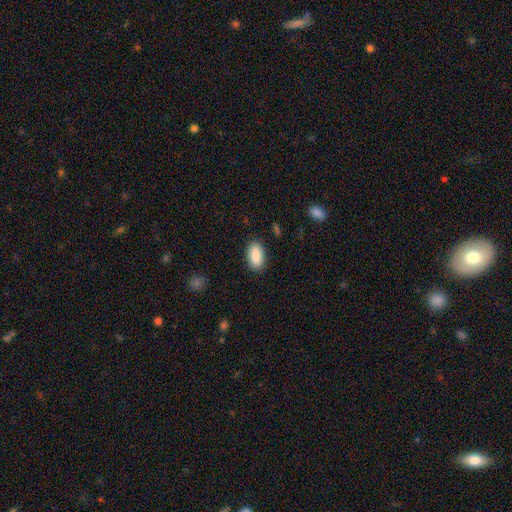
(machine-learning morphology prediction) A smooth galaxy with no disk features (90%) that is in between round and cigar-shaped (92%). Merging: none (88%).